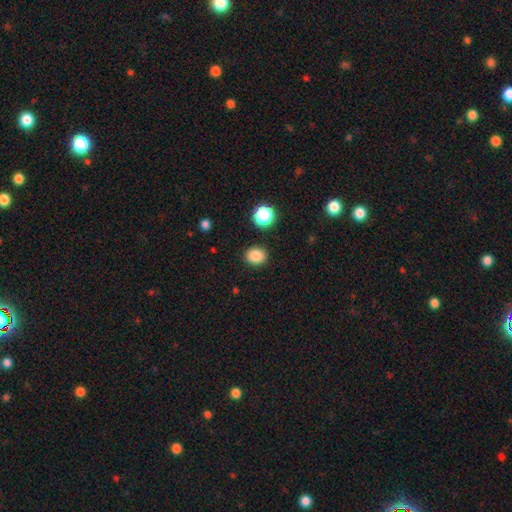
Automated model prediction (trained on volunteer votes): A smooth galaxy with no disk features (85%) that is round (66%). Merging: none (88%).